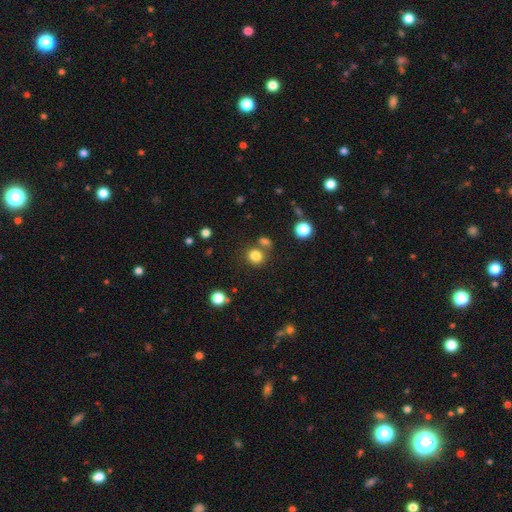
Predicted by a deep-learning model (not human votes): A smooth galaxy with no disk features (82%) that is round (82%). Merging: none (71%).